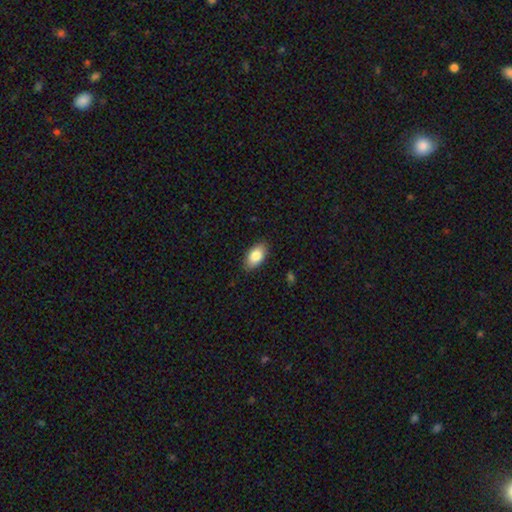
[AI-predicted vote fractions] Overall: smooth (84%). How rounded: in between (93%). Merging: none (87%).